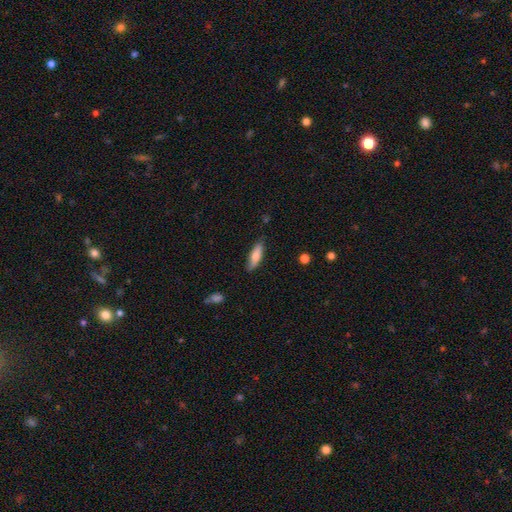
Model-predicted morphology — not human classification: Overall: smooth (75%). How rounded: cigar-shaped (57%; in between 41%). Merging: none (80%).